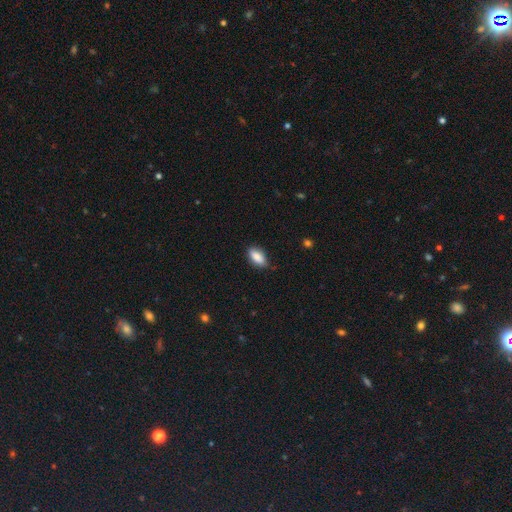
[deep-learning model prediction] Morphology: type=smooth (85%); roundness=in between (88%); merging=none (76%).